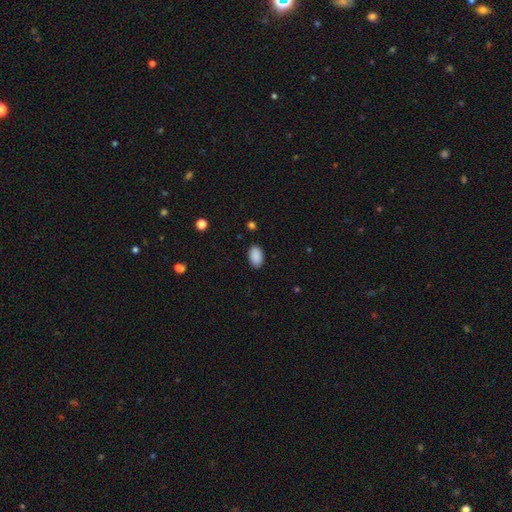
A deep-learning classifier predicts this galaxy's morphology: This appears to be a smooth galaxy with no disk features (90%) that is in between round and cigar-shaped (93%). Merging: none (88%).